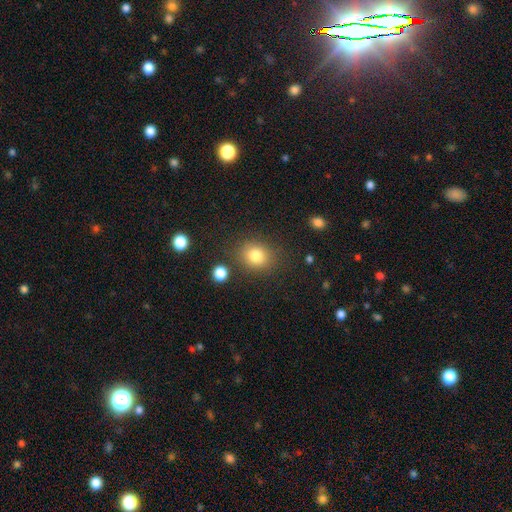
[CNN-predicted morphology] Smooth or featured? Predicted: smooth (p=0.81). How rounded? Predicted: round (p=0.64). Merging? Predicted: none (p=0.81).